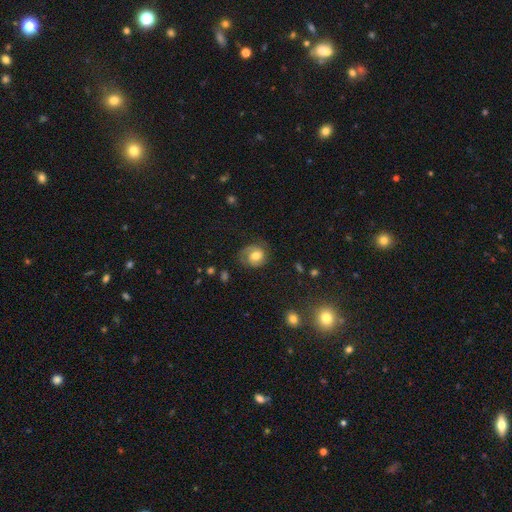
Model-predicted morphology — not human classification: Smooth or featured? Predicted: featured or disk (p=0.47). Merging? Predicted: none (p=0.66).